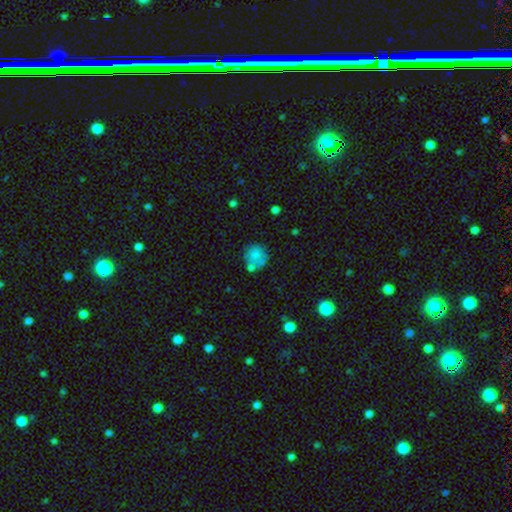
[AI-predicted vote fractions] This is likely a smooth galaxy (76%). How rounded: clearly round (86%). Merging: possibly none (58%).